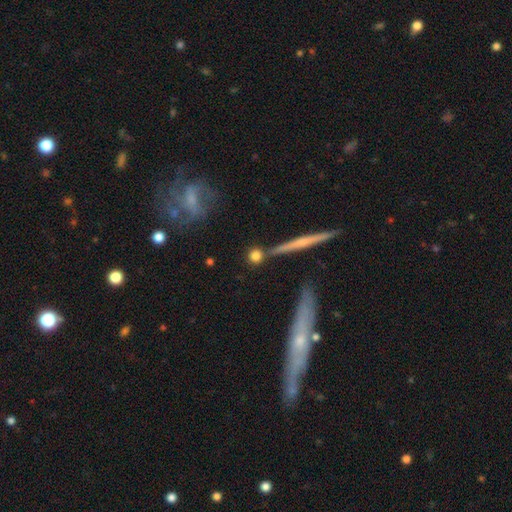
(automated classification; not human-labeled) The model was most divided on "merging": none: 76%, merger: 11%, minor disturbance: 9%, major disturbance: 4%. More confident: how rounded — round (88%); smooth or featured — smooth (78%).